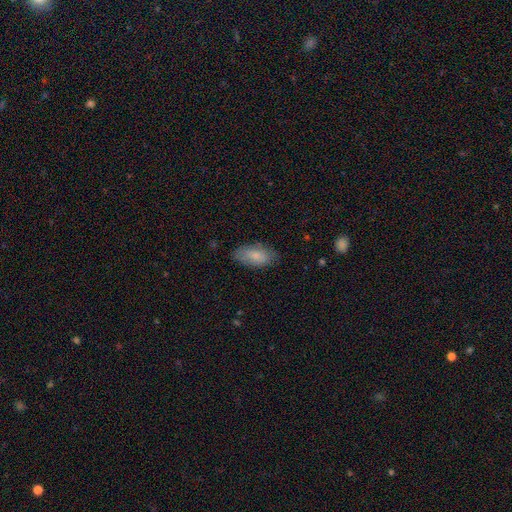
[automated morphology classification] smooth 81%, featured or disk 13%, star or artifact 6%. Down the decision tree: how rounded — in between (90%); merging — none (78%).